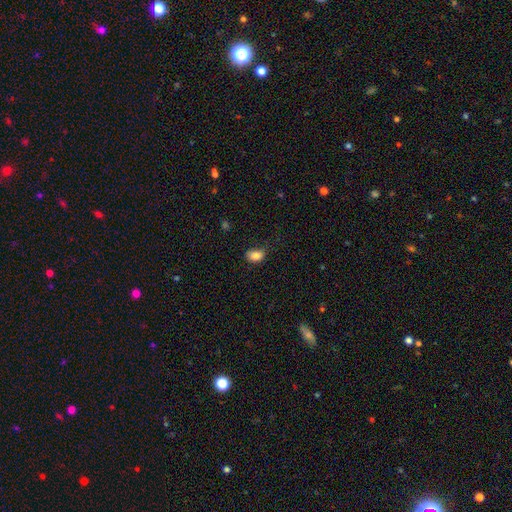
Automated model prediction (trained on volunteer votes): smooth-or-featured: smooth: 84% | star or artifact: 9% | featured or disk: 7%
  how-rounded: in between: 78% | round: 20% | cigar-shaped: 1%
  merging: none: 61% | minor disturbance: 29% | major disturbance: 8% | merger: 2%